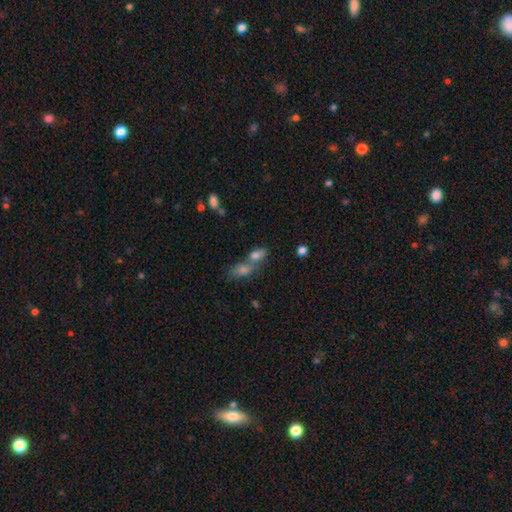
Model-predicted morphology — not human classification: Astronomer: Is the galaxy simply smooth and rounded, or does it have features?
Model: smooth — 55%.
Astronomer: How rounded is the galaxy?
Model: in between — 59%.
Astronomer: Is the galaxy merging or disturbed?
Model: merger — 45% (runner-up: none, 40%).